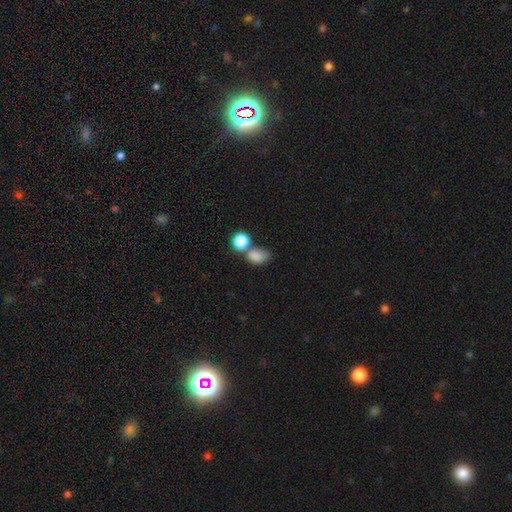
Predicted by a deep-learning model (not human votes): Smooth or featured: smooth — 83% (star or artifact — 11%)
How rounded: in between — 71% (round — 27%)
Merging: none — 40% (merger — 37%)